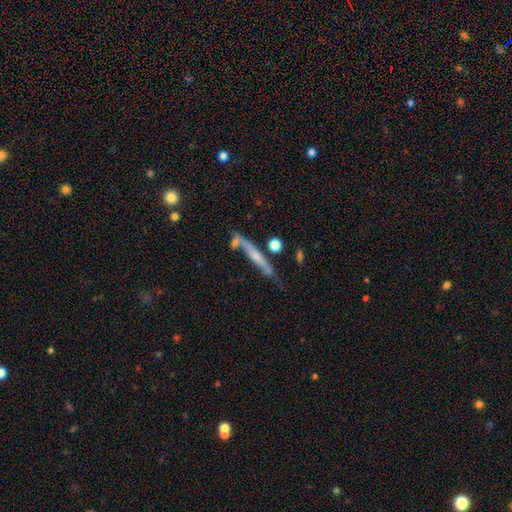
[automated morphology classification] Smooth or featured? Predicted: featured or disk (p=0.53). Edge-on disk? Predicted: yes (p=0.89). Merging? Predicted: none (p=0.60).